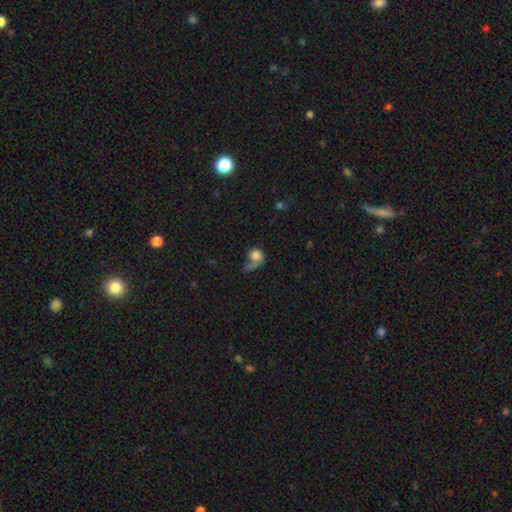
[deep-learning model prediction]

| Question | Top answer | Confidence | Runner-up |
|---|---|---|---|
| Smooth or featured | smooth | 70% | featured or disk (19%) |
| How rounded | round | 57% | in between (41%) |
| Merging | major disturbance | 38% | none (24%) |